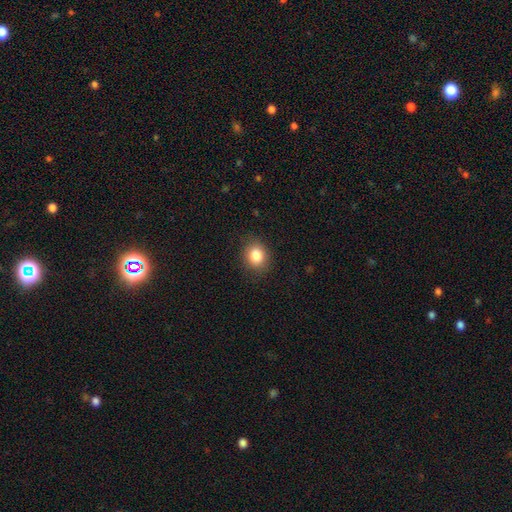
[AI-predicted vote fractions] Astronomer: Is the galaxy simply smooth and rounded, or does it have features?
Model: smooth — 84%.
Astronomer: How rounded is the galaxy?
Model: round — 64%.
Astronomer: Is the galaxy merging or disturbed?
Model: none — 86%.